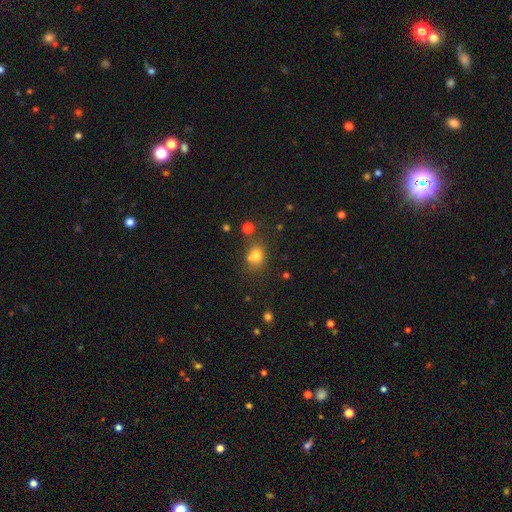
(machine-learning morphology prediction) type=smooth (73%); roundness=round (61%); merging=none (52%).